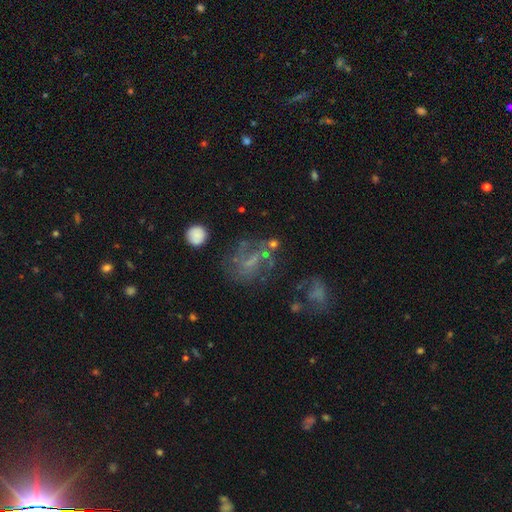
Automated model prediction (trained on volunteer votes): Smooth or featured? featured or disk (51%)
Edge-on disk? no (96%)
Merging? none (47%)